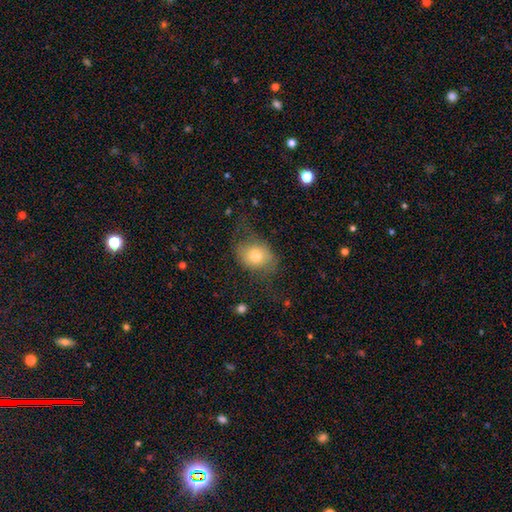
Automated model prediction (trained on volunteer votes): smooth-or-featured: smooth: 70% | featured or disk: 21% | star or artifact: 9%
  how-rounded: in between: 58% | round: 41% | cigar-shaped: 1%
  merging: none: 49% | minor disturbance: 27% | major disturbance: 22% | merger: 2%